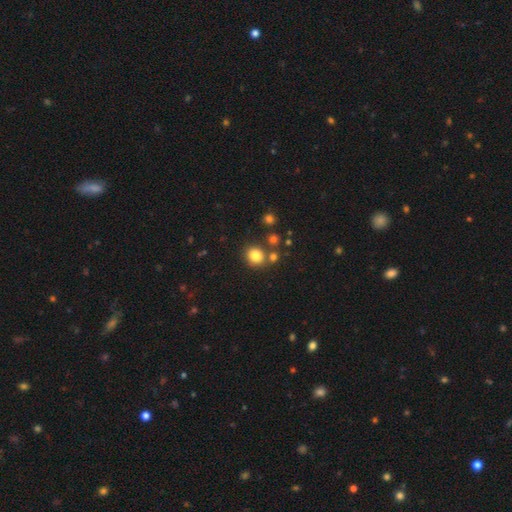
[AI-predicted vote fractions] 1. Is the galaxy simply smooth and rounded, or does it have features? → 82% smooth, 12% star or artifact, 7% featured or disk.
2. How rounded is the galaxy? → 82% round, 17% in between, 1% cigar-shaped.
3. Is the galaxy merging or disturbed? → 75% none, 13% merger, 9% minor disturbance, 3% major disturbance.